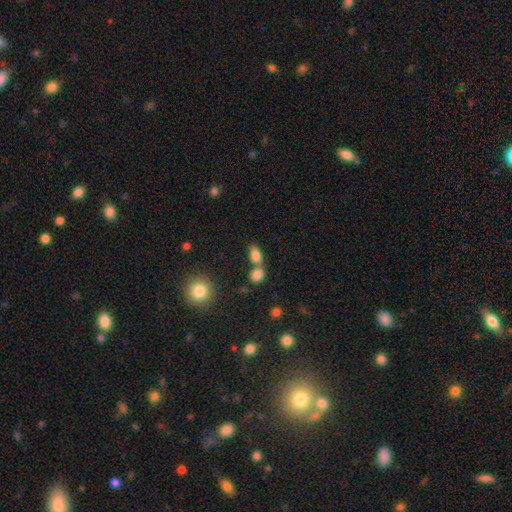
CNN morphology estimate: type=smooth (82%); roundness=in between (80%); merging=merger (45%).